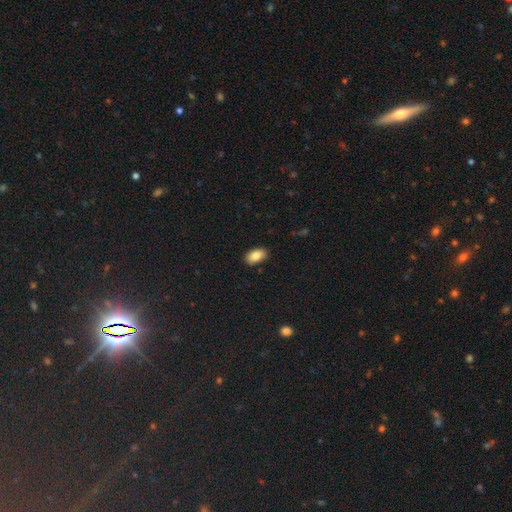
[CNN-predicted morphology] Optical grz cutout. It shows a smooth galaxy with no disk features (85%) that is in between round and cigar-shaped (92%). Merging: none (88%).